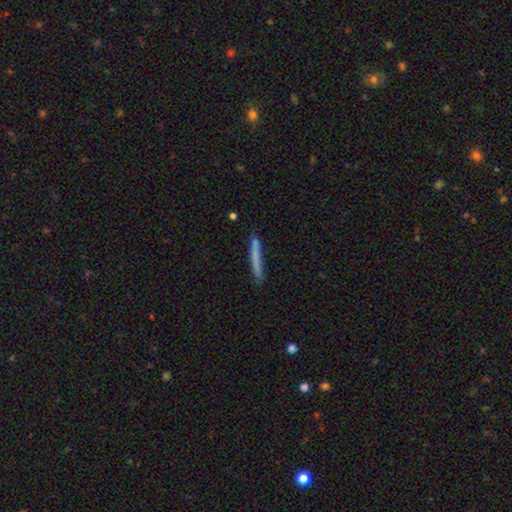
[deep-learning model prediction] Q: Smooth or featured?
A: smooth (72%); runner-up: featured or disk (21%)
Q: How rounded?
A: cigar-shaped (96%); runner-up: in between (2%)
Q: Merging?
A: none (81%); runner-up: minor disturbance (13%)